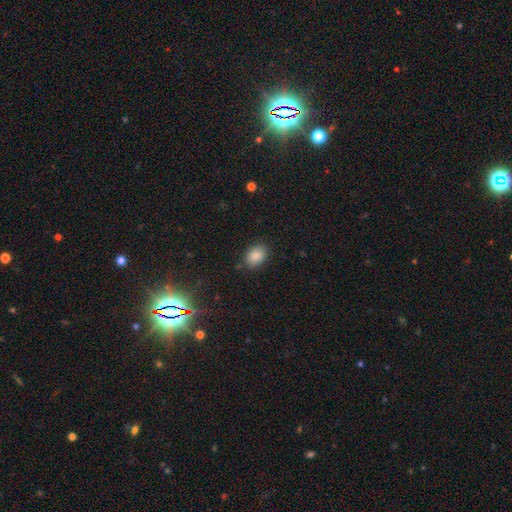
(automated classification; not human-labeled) smooth-or-featured: smooth: 87% | star or artifact: 9% | featured or disk: 4%
  how-rounded: in between: 73% | round: 26% | cigar-shaped: 1%
  merging: none: 83% | minor disturbance: 13% | major disturbance: 3% | merger: 2%